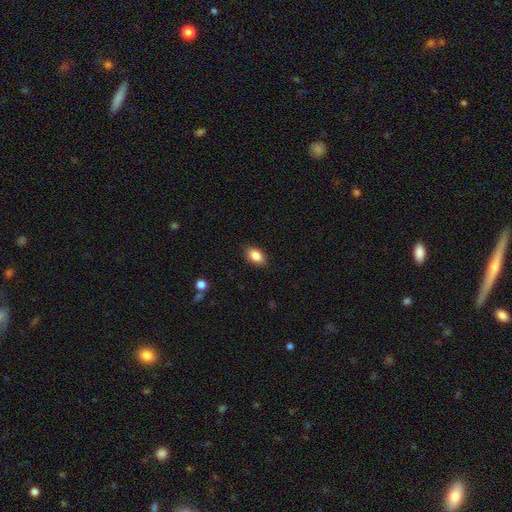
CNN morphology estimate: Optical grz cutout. It shows a smooth galaxy with no disk features (87%) that is in between round and cigar-shaped (90%). Merging: none (86%).